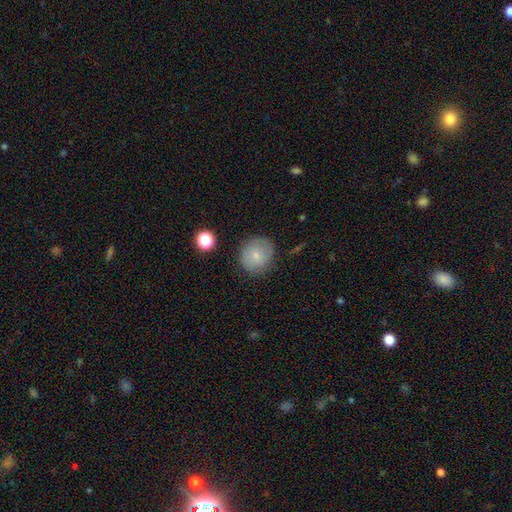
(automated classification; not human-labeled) This is likely a smooth galaxy (71%). How rounded: clearly round (86%). Merging: likely none (80%).